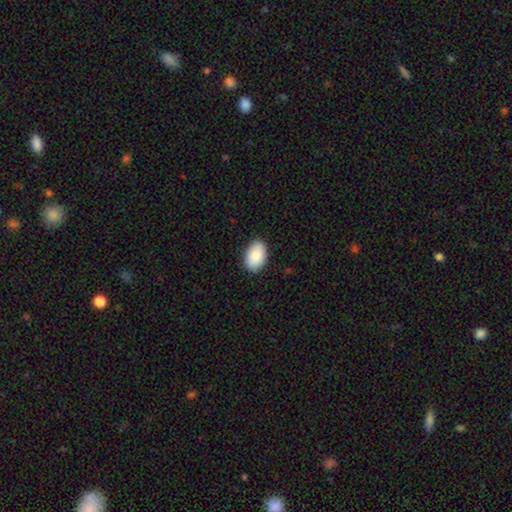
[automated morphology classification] Smooth or featured?
  - smooth: 85% *
  - featured or disk: 8%
  - star or artifact: 6%
How rounded?
  - in between: 91% *
  - round: 8%
  - cigar-shaped: 1%
Merging?
  - none: 88% *
  - minor disturbance: 9%
  - major disturbance: 2%
  - merger: 1%